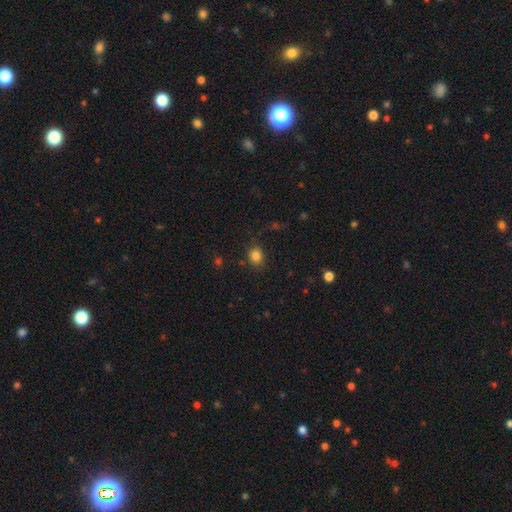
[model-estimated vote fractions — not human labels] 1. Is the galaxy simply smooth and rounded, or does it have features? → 83% smooth, 12% star or artifact, 5% featured or disk.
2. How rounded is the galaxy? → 62% round, 37% in between, 1% cigar-shaped.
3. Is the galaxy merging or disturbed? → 82% none, 12% minor disturbance, 4% major disturbance, 2% merger.